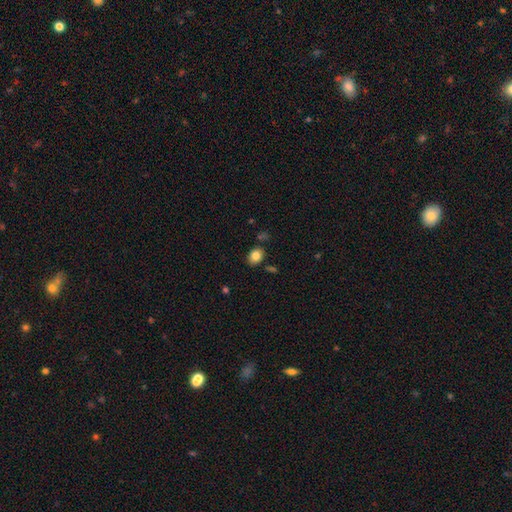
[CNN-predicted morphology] Q: Smooth or featured?
A: smooth (83%); runner-up: star or artifact (10%)
Q: How rounded?
A: in between (62%); runner-up: round (37%)
Q: Merging?
A: none (80%); runner-up: minor disturbance (13%)